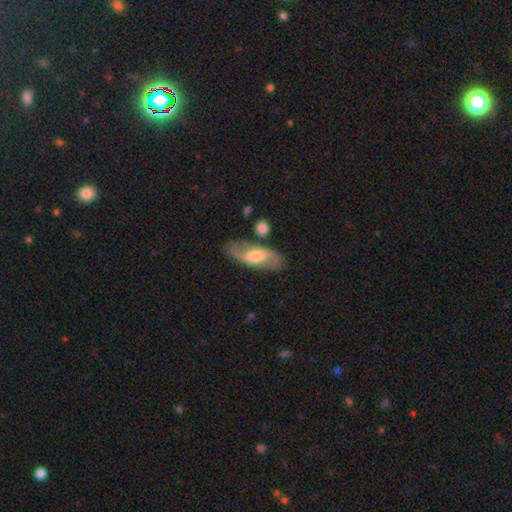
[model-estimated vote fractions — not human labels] Smooth or featured? Predicted: featured or disk (p=0.68). Edge-on disk? Predicted: no (p=0.87). Bar? Predicted: weak (p=0.46). Spiral arms? Predicted: yes (p=0.86). Spiral winding? Predicted: loose (p=0.46). Spiral arm count? Predicted: 2 (p=0.89). Bulge size? Predicted: moderate (p=0.44). Merging? Predicted: none (p=0.74).